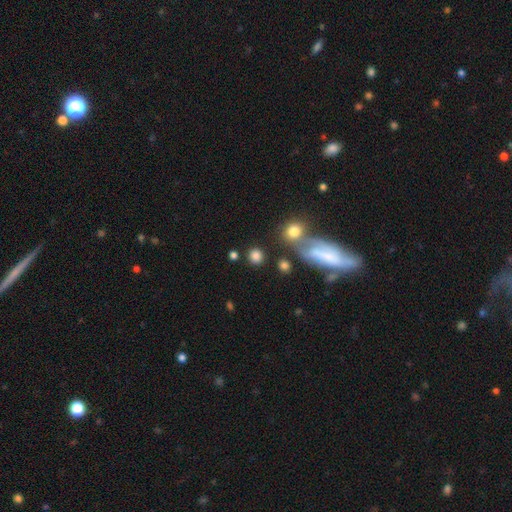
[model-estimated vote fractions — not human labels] A smooth galaxy with no disk features (81%) that is round (86%). Merging: none (77%).